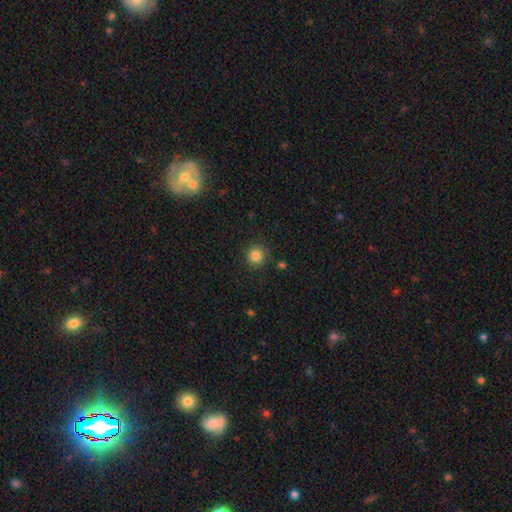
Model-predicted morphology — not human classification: This appears to be a smooth galaxy with no disk features (84%) that is round (92%). Merging: none (88%).